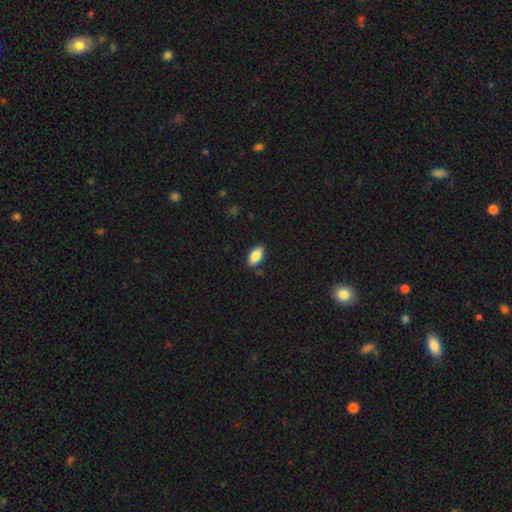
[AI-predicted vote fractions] Smooth or featured?
  - smooth: 83% *
  - featured or disk: 10%
  - star or artifact: 7%
How rounded?
  - in between: 89% *
  - cigar-shaped: 8%
  - round: 3%
Merging?
  - none: 86% *
  - minor disturbance: 11%
  - major disturbance: 2%
  - merger: 1%